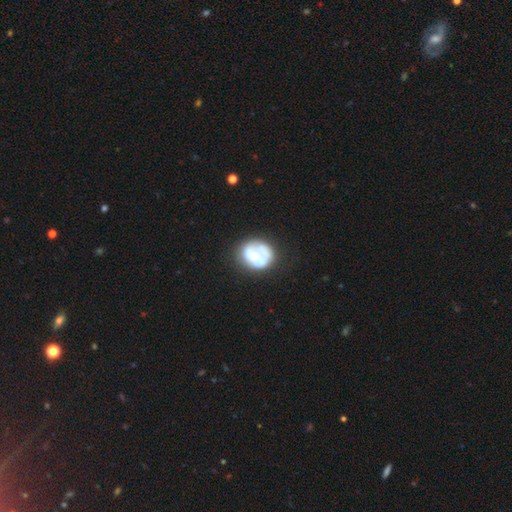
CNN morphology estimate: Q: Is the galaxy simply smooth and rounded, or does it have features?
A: featured or disk — 55%.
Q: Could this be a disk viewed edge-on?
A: no — 98%.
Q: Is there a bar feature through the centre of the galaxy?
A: no — 81%.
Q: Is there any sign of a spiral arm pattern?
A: no — 57%.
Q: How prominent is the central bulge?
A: moderate — 63%.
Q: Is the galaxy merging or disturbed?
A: none — 57%.